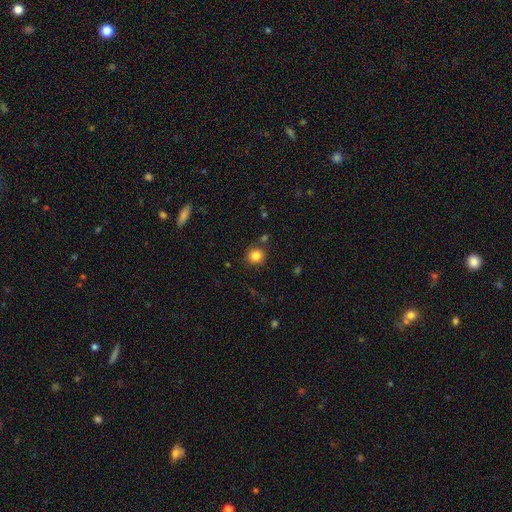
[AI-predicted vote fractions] A smooth galaxy with no disk features (84%) that is round (87%). Merging: none (82%).